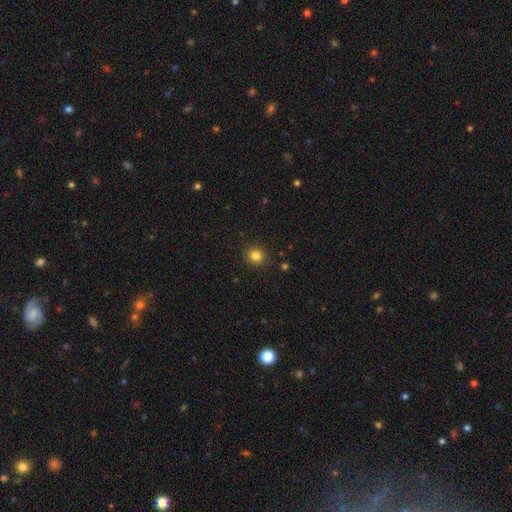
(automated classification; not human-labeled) smooth 83%, star or artifact 12%, featured or disk 5%. Down the decision tree: how rounded — round (87%); merging — none (91%).